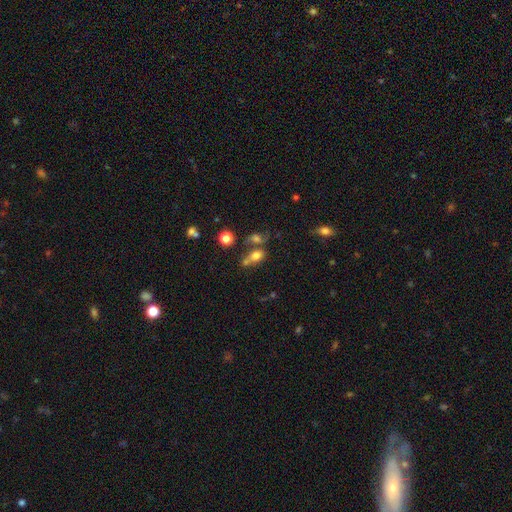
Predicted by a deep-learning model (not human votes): Smooth or featured? smooth (71%)
How rounded? in between (71%)
Merging? merger (39%)